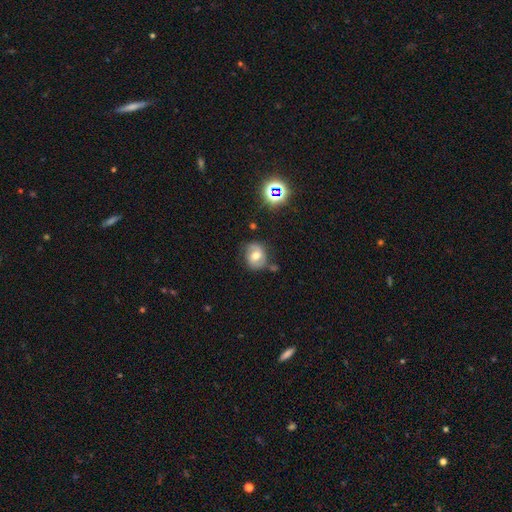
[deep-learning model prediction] Q: Smooth or featured?
A: featured or disk (47%); runner-up: smooth (41%)
Q: Merging?
A: none (67%); runner-up: minor disturbance (21%)